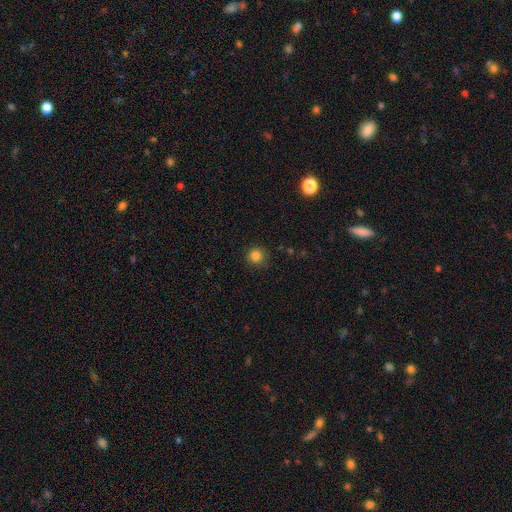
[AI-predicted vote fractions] Q: Smooth or featured?
A: smooth (84%); runner-up: star or artifact (12%)
Q: How rounded?
A: round (94%); runner-up: in between (5%)
Q: Merging?
A: none (88%); runner-up: minor disturbance (8%)